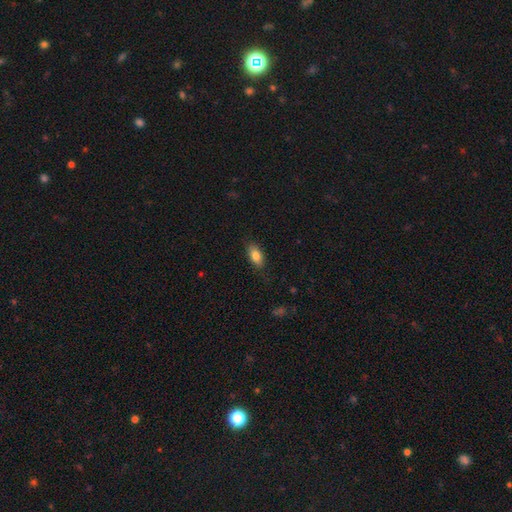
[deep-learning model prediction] This is clearly a smooth galaxy (82%). How rounded: clearly in between (88%). Merging: clearly none (83%).